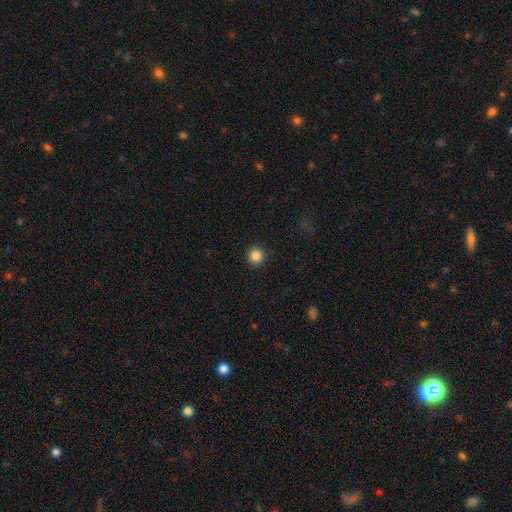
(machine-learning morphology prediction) This is clearly a smooth galaxy (86%). How rounded: clearly round (95%). Merging: clearly none (91%).